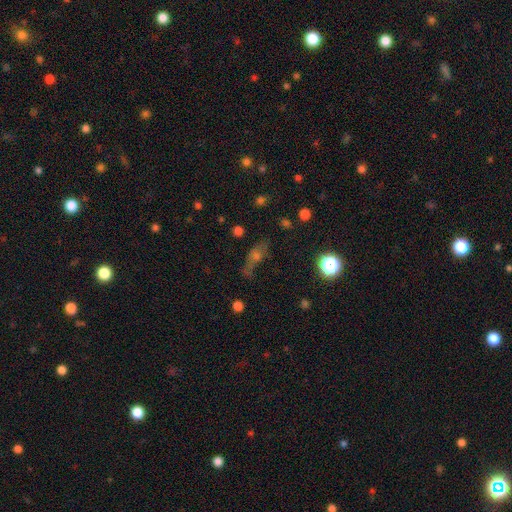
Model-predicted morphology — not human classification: A smooth galaxy with no disk features (44%).

Vote fractions:
- Smooth or featured? smooth: 44% / featured or disk: 30% / star or artifact: 26%
- Merging? none: 56% / minor disturbance: 23% / major disturbance: 15% / merger: 5%